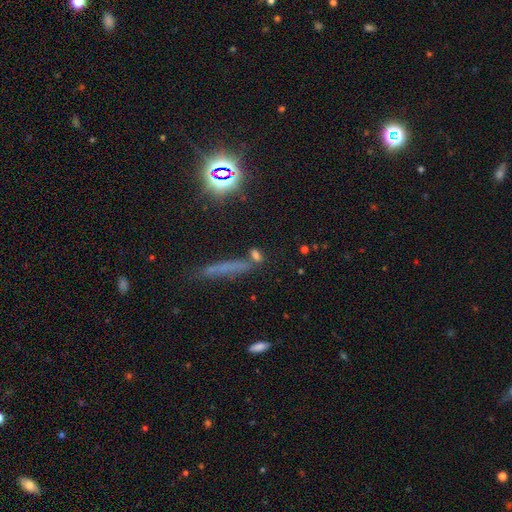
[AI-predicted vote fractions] The model was most divided on "how rounded": in between: 45%, cigar-shaped: 40%, round: 15%. More confident: smooth or featured — smooth (67%); merging — none (62%).